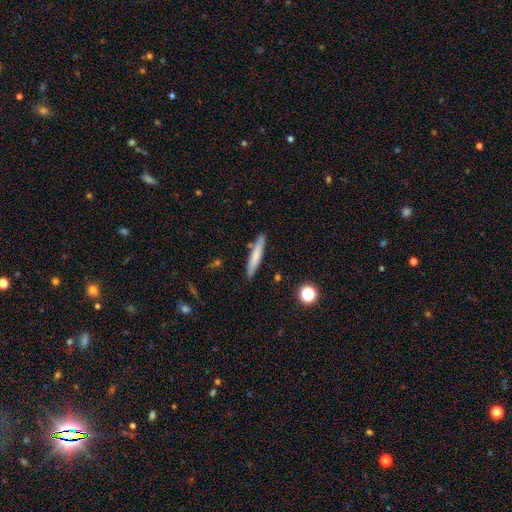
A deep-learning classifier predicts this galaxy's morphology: The model was most divided on "smooth or featured": smooth: 72%, featured or disk: 22%, star or artifact: 7%. More confident: how rounded — cigar-shaped (92%); merging — none (85%).